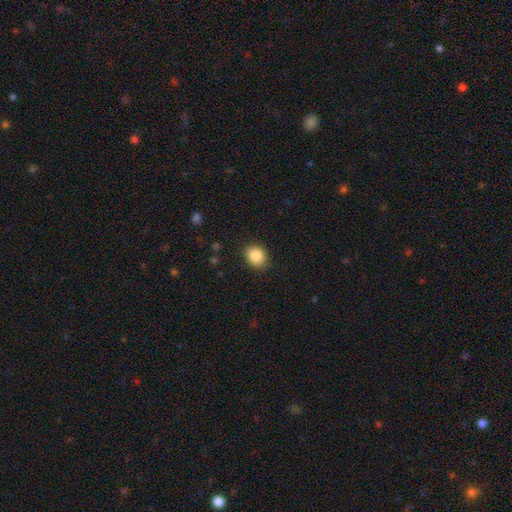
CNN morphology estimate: This is clearly a smooth galaxy (87%). How rounded: likely round (62%). Merging: clearly none (87%).